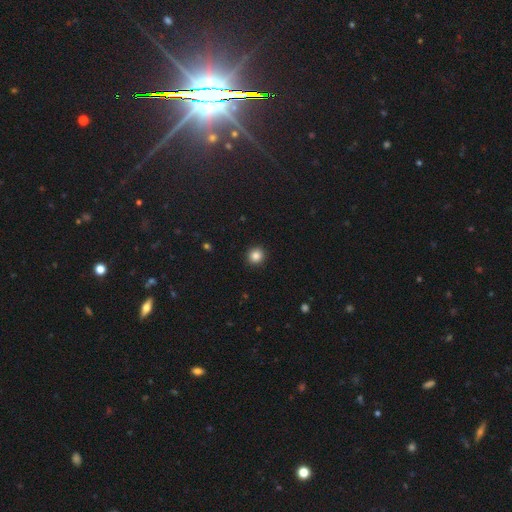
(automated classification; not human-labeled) A smooth galaxy with no disk features (86%) that is round (91%). Merging: none (92%).